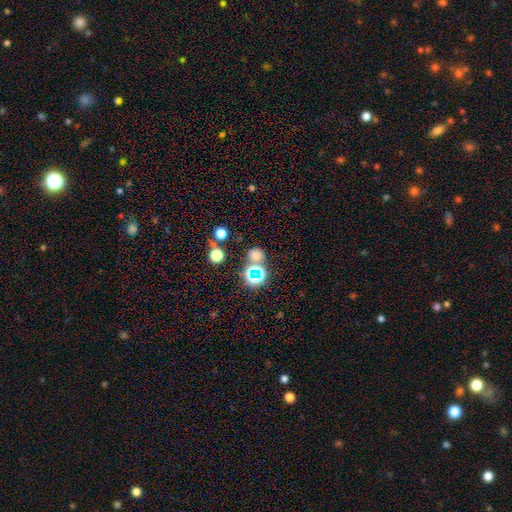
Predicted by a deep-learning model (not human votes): Overall: smooth (57%; star or artifact 36%). How rounded: round (82%). Merging: none (68%).